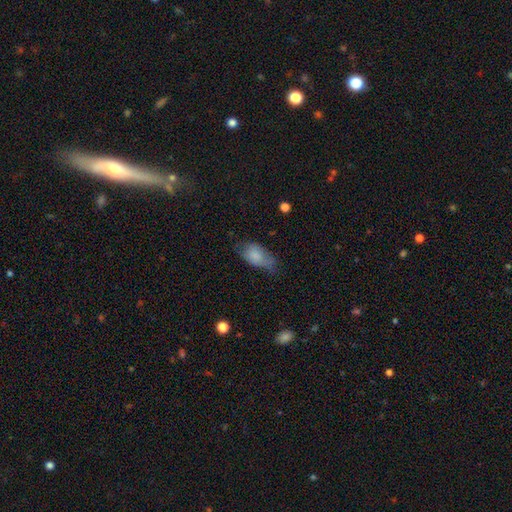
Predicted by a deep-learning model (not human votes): This appears to be a smooth galaxy with no disk features (79%) that is in between round and cigar-shaped (90%). Merging: none (44%).